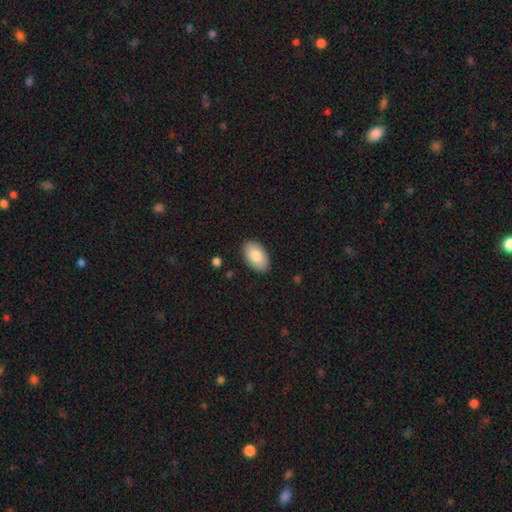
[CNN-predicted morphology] Q: Smooth or featured?
A: smooth (82%); runner-up: featured or disk (12%)
Q: How rounded?
A: in between (95%); runner-up: round (4%)
Q: Merging?
A: none (88%); runner-up: minor disturbance (9%)